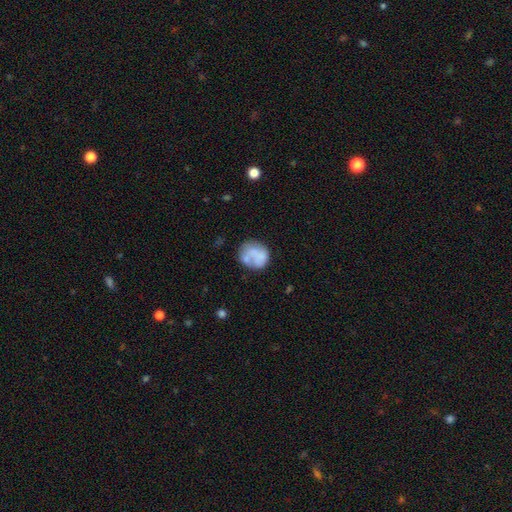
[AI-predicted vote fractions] Morphology: type=smooth (59%); roundness=round (76%); merging=none (52%).